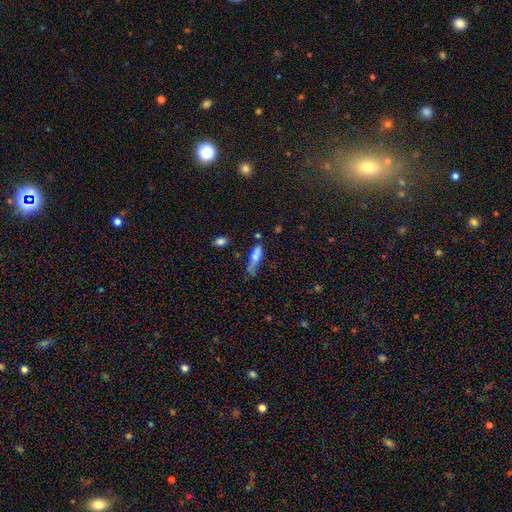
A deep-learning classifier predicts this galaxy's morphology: smooth_or_featured: smooth (p=0.67) [alt: featured or disk p=0.25]
how_rounded: cigar-shaped (p=0.58) [alt: in between p=0.40]
merging: none (p=0.35) [alt: minor disturbance p=0.33]